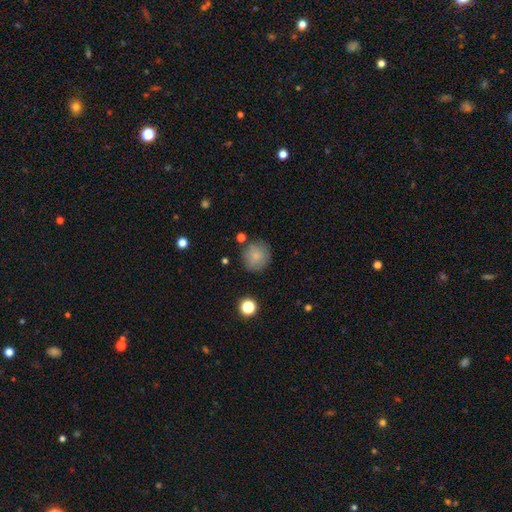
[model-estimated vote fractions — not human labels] Q: Smooth or featured?
A: smooth (81%); runner-up: star or artifact (10%)
Q: How rounded?
A: round (91%); runner-up: in between (8%)
Q: Merging?
A: none (81%); runner-up: minor disturbance (12%)